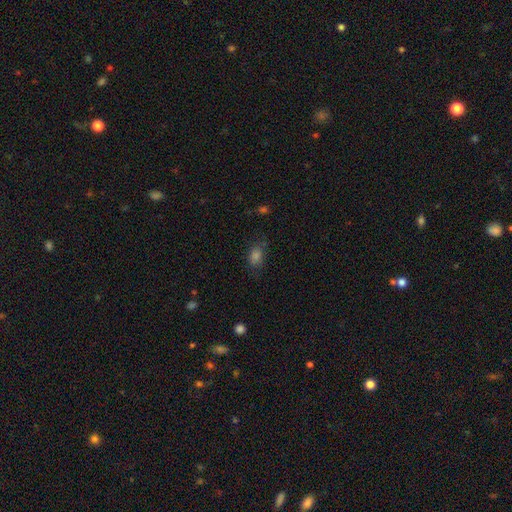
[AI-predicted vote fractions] Smooth or featured?
  - smooth: 73% *
  - star or artifact: 19%
  - featured or disk: 8%
How rounded?
  - in between: 76% *
  - round: 21%
  - cigar-shaped: 3%
Merging?
  - none: 71% *
  - minor disturbance: 19%
  - major disturbance: 8%
  - merger: 2%